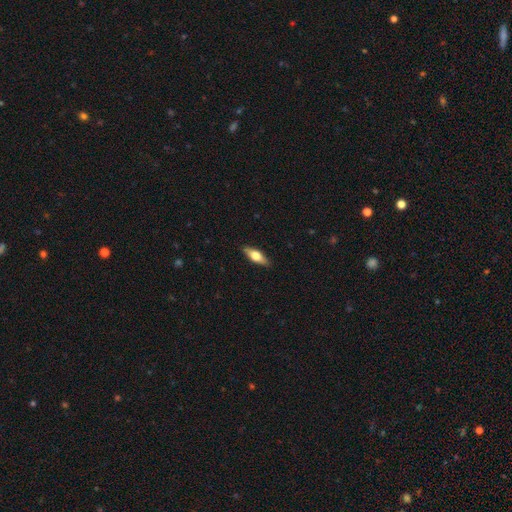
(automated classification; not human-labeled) Overall: smooth (58%; featured or disk 36%). How rounded: in between (62%; cigar-shaped 35%). Merging: none (88%).